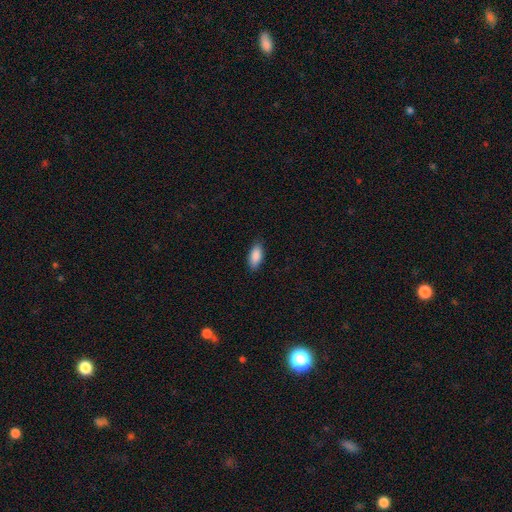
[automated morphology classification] Overall: smooth (89%). How rounded: in between (87%). Merging: none (86%).